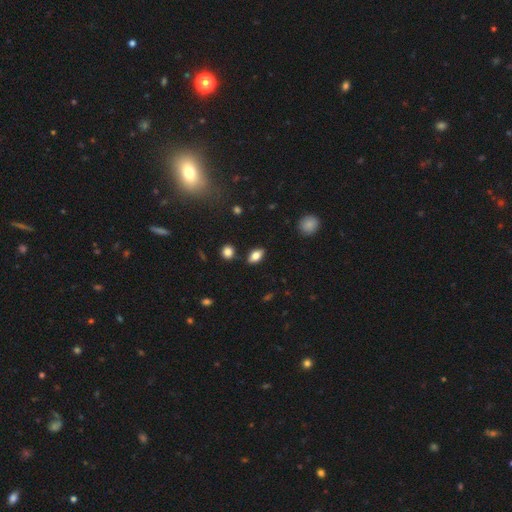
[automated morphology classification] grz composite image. It shows a smooth galaxy with no disk features (77%) that is in between round and cigar-shaped (87%). Merging: none (84%).